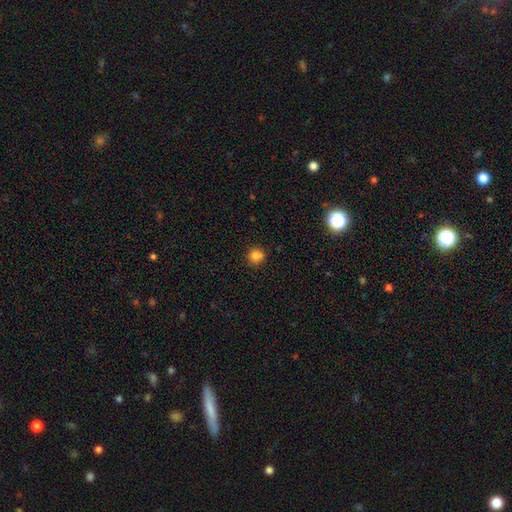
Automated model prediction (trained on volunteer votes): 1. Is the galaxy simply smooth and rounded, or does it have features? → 81% smooth, 13% star or artifact, 7% featured or disk.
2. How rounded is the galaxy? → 87% round, 12% in between, 1% cigar-shaped.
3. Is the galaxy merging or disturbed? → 74% none, 14% minor disturbance, 8% merger, 3% major disturbance.